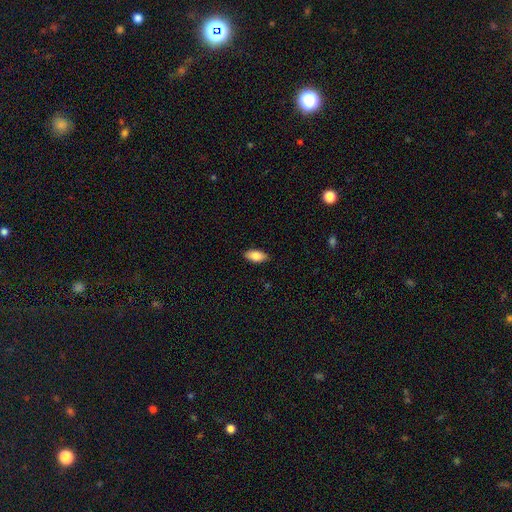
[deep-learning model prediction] Smooth or featured?
  - smooth: 83% *
  - featured or disk: 10%
  - star or artifact: 7%
How rounded?
  - in between: 90% *
  - cigar-shaped: 7%
  - round: 3%
Merging?
  - none: 88% *
  - minor disturbance: 9%
  - major disturbance: 2%
  - merger: 1%